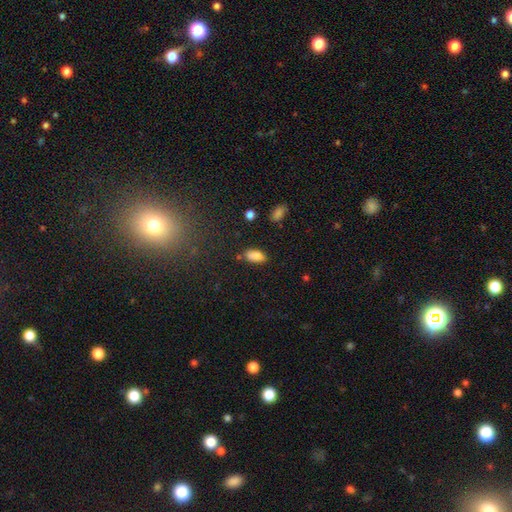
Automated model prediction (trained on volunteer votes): Smooth or featured? Predicted: smooth (p=0.79). How rounded? Predicted: in between (p=0.89). Merging? Predicted: none (p=0.59).